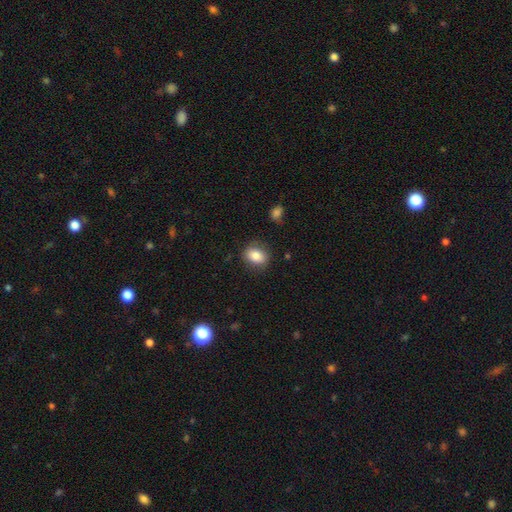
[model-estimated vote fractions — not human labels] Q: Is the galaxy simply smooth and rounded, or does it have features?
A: smooth — 83%.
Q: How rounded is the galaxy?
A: in between — 64%.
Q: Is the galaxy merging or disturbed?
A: none — 81%.